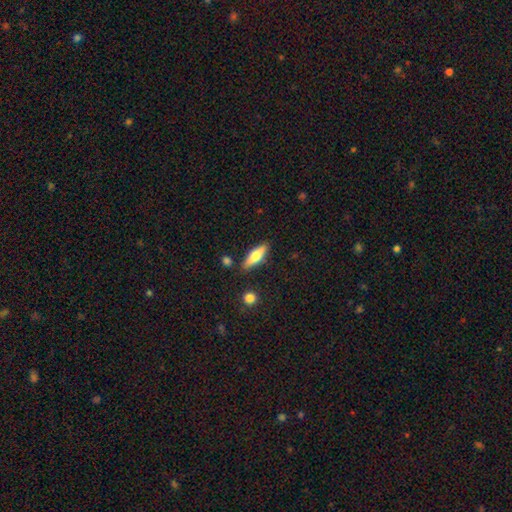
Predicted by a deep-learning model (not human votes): Smooth or featured?
  - smooth: 60% *
  - featured or disk: 34%
  - star or artifact: 6%
How rounded?
  - cigar-shaped: 53% *
  - in between: 45%
  - round: 2%
Merging?
  - none: 83% *
  - minor disturbance: 11%
  - merger: 4%
  - major disturbance: 3%